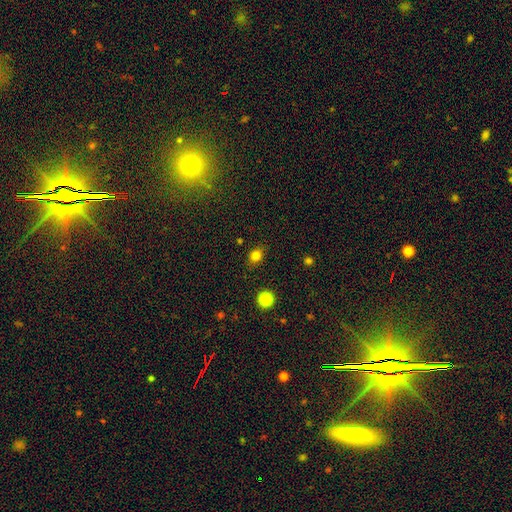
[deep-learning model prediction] Overall: smooth (80%). How rounded: round (50%; in between 49%). Merging: none (84%).